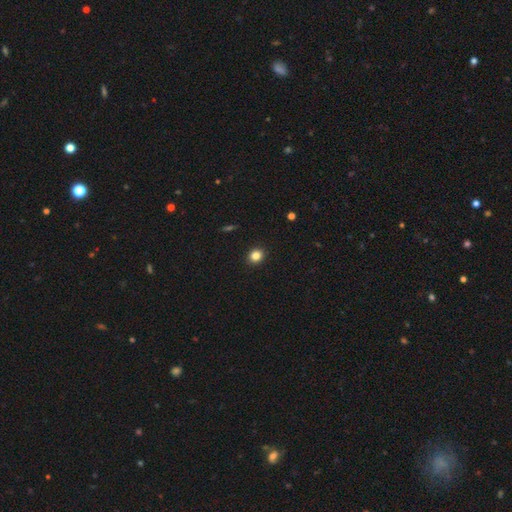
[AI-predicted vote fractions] This is clearly a smooth galaxy (84%). How rounded: likely round (76%). Merging: clearly none (92%).